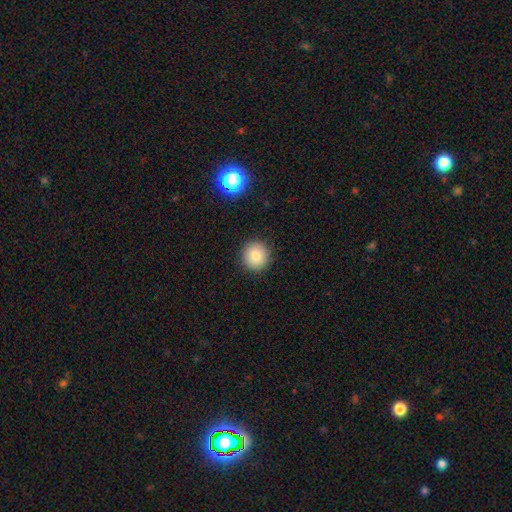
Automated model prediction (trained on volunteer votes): smooth-or-featured: smooth: 82% | star or artifact: 10% | featured or disk: 7%
  how-rounded: round: 92% | in between: 7% | cigar-shaped: 1%
  merging: none: 91% | minor disturbance: 6% | major disturbance: 2% | merger: 1%